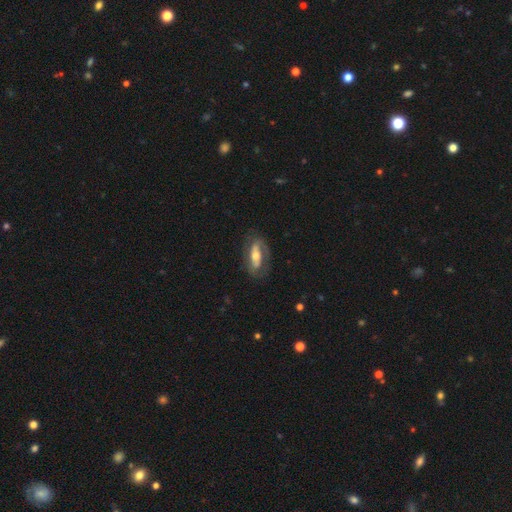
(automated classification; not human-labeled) Smooth or featured: featured or disk — 67% (smooth — 28%)
Edge-on disk: no — 85% (yes — 15%)
Bar: strong — 40% (no — 35%)
Spiral arms: yes — 68% (no — 32%)
Bulge size: moderate — 66% (small — 21%)
Merging: none — 70% (minor disturbance — 18%)